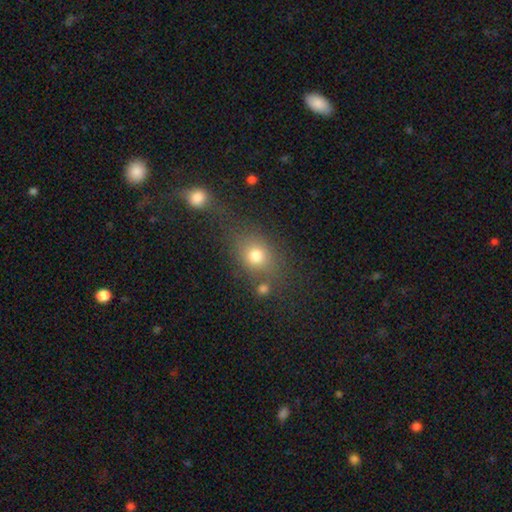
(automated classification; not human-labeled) This appears to be a smooth galaxy with no disk features (74%) that is round (52%). Merging: none (61%).